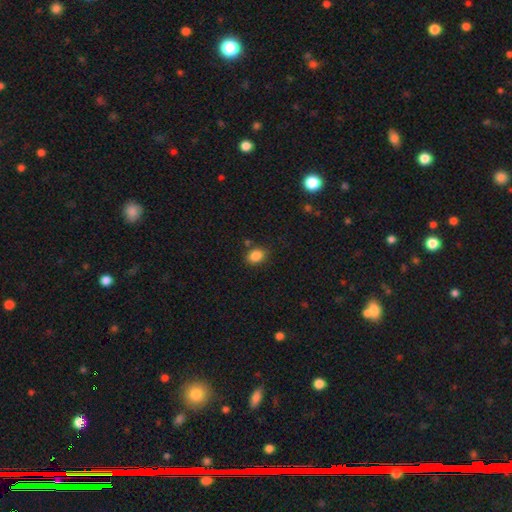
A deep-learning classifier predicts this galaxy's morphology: Smooth or featured? smooth (85%)
How rounded? in between (65%)
Merging? none (79%)